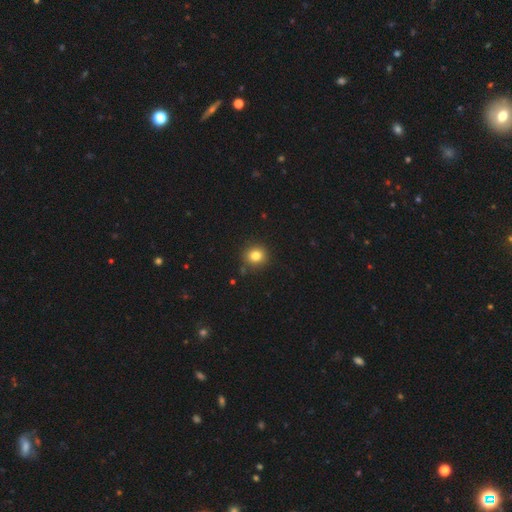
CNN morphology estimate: type=smooth (81%); roundness=round (89%); merging=none (87%).